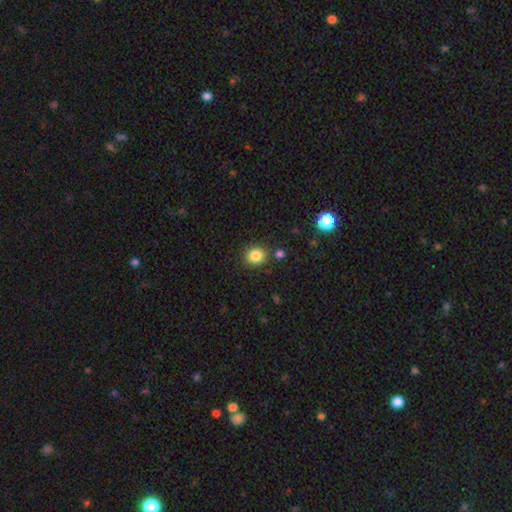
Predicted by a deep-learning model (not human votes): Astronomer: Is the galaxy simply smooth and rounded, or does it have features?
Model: smooth — 85%.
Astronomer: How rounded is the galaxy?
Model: round — 82%.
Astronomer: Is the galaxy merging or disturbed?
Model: none — 85%.